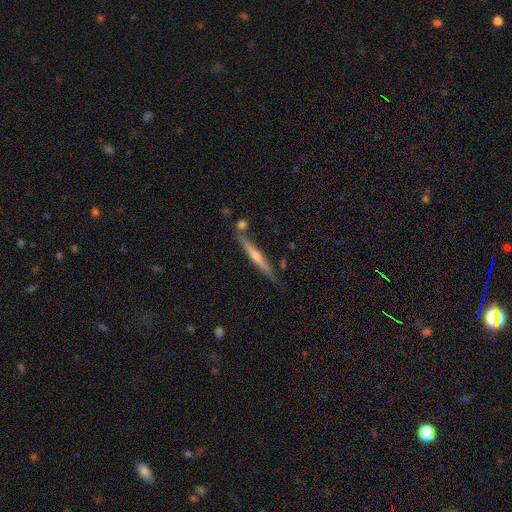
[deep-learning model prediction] Smooth or featured? featured or disk (70%)
Edge-on disk? yes (96%)
Edge-on bulge? rounded (75%)
Merging? none (81%)